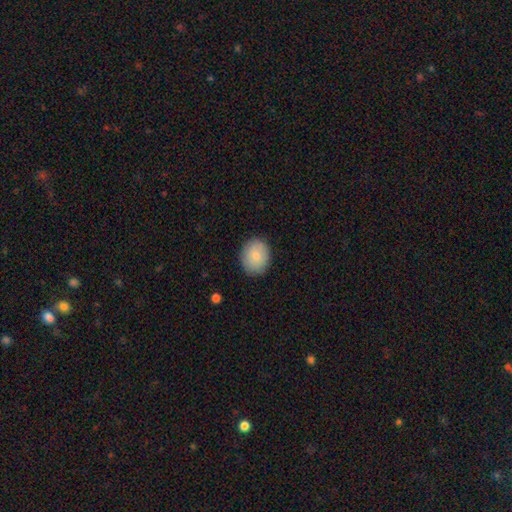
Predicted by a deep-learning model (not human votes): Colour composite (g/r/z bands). It shows a smooth galaxy with no disk features (83%) that is round (58%). Merging: none (87%).